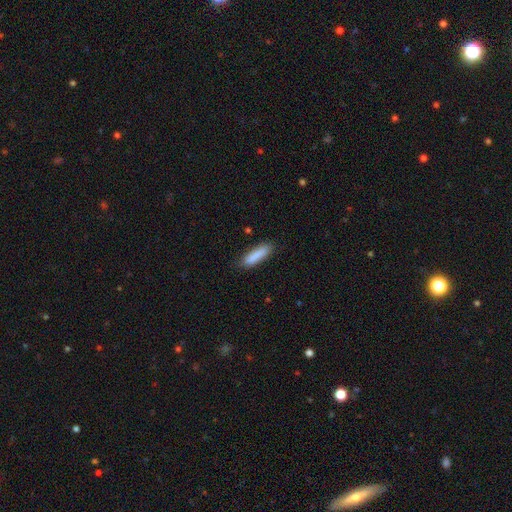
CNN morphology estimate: This is clearly a smooth galaxy (87%). How rounded: likely cigar-shaped (69%). Merging: clearly none (82%).